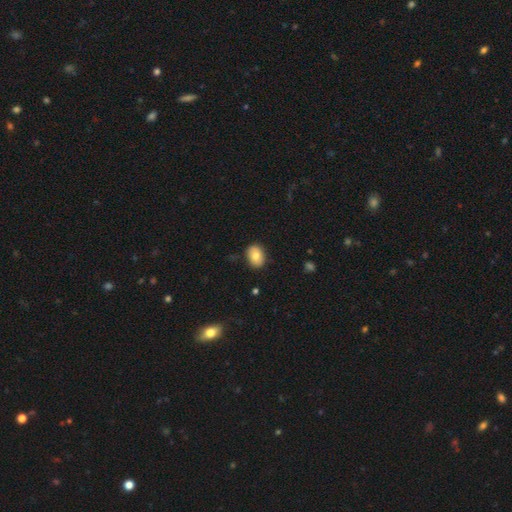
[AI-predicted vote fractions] Smooth or featured: smooth — 81% (featured or disk — 11%)
How rounded: in between — 74% (round — 25%)
Merging: none — 86% (minor disturbance — 10%)